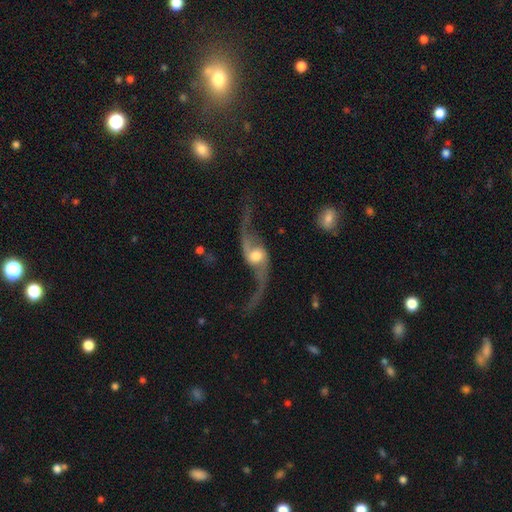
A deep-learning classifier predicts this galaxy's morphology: smooth_or_featured: featured or disk (p=0.90) [alt: smooth p=0.06]
disk_edge_on: no (p=0.92) [alt: yes p=0.08]
bar: no (p=0.48) [alt: weak p=0.35]
has_spiral_arms: yes (p=0.96) [alt: no p=0.04]
spiral_winding: loose (p=0.94) [alt: medium p=0.04]
spiral_arm_count: 2 (p=0.94) [alt: 1 p=0.02]
bulge_size: moderate (p=0.60) [alt: large p=0.20]
merging: none (p=0.65) [alt: major disturbance p=0.16]